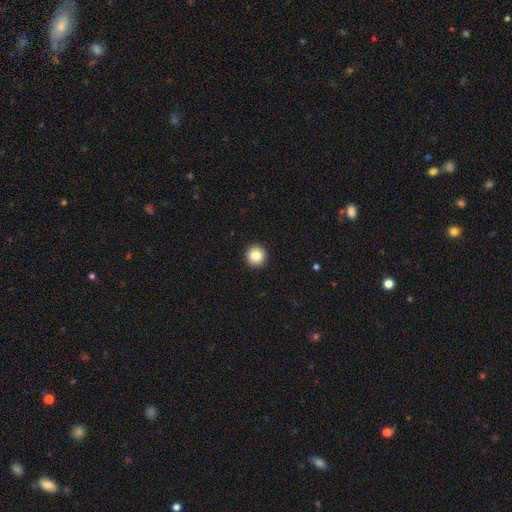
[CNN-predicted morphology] This is clearly a smooth galaxy (84%). How rounded: clearly round (97%). Merging: clearly none (94%).